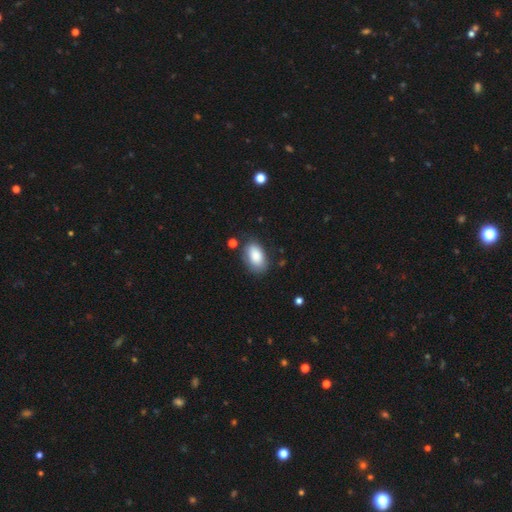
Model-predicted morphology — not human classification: Smooth or featured? smooth (86%)
How rounded? in between (92%)
Merging? none (73%)